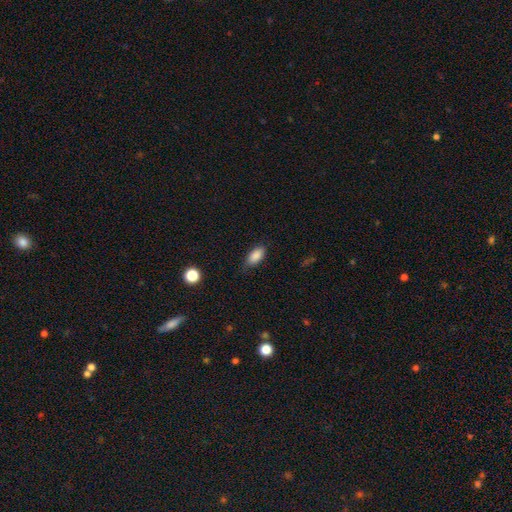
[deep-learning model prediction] A smooth galaxy with no disk features (88%) that is in between round and cigar-shaped (89%). Merging: none (79%).